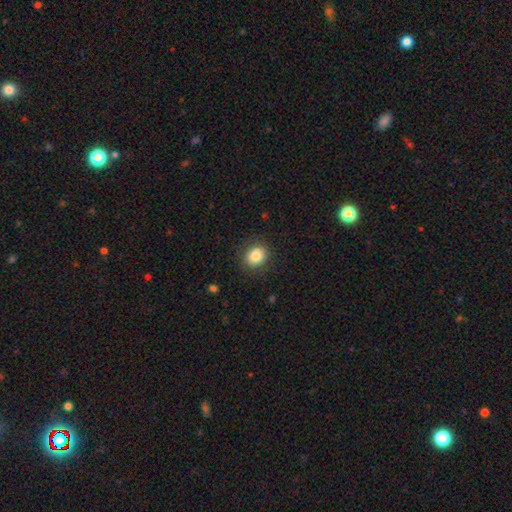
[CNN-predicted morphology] Q: Smooth or featured?
A: smooth (84%); runner-up: star or artifact (9%)
Q: How rounded?
A: round (65%); runner-up: in between (34%)
Q: Merging?
A: none (87%); runner-up: minor disturbance (9%)